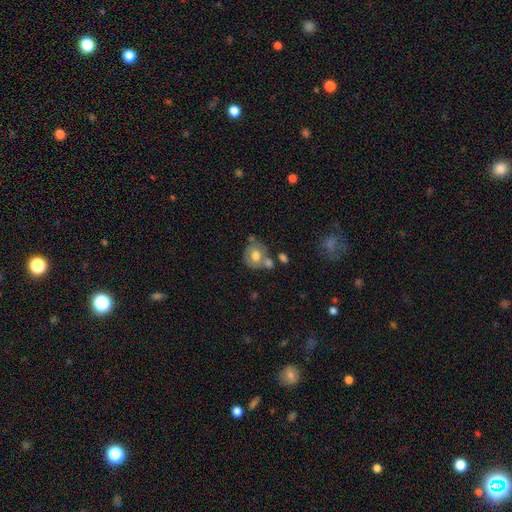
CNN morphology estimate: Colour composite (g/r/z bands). It shows a smooth galaxy with no disk features (57%) that is round (67%). Merging: none (46%).